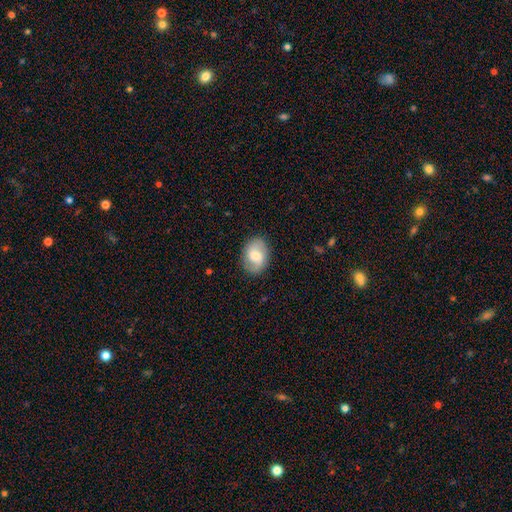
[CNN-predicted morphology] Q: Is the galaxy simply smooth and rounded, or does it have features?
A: smooth — 50%.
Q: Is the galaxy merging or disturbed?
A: none — 84%.